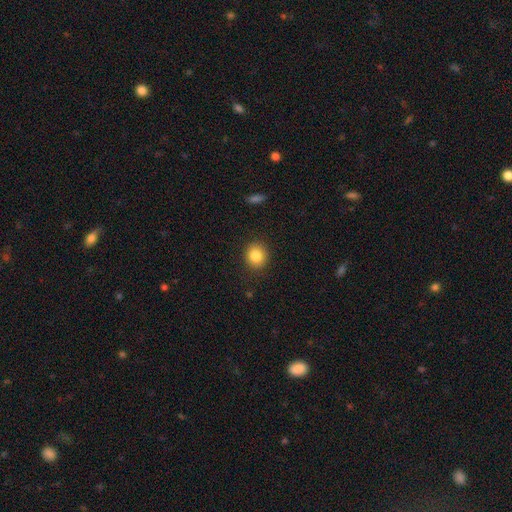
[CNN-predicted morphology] Smooth or featured?
  - smooth: 84% *
  - star or artifact: 10%
  - featured or disk: 6%
How rounded?
  - round: 85% *
  - in between: 14%
  - cigar-shaped: 1%
Merging?
  - none: 89% *
  - minor disturbance: 8%
  - major disturbance: 2%
  - merger: 1%